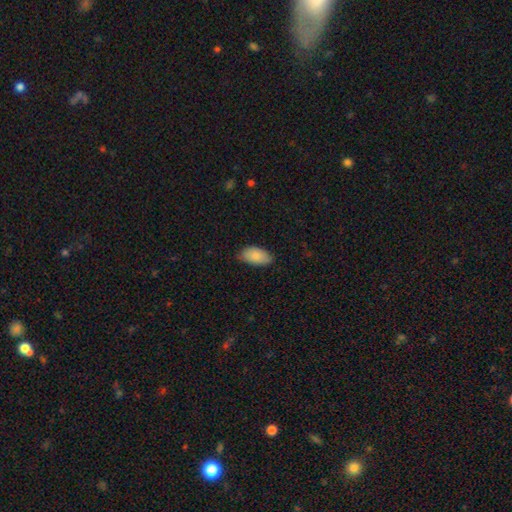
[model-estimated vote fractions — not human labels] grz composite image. It shows a smooth galaxy with no disk features (86%) that is in between round and cigar-shaped (95%). Merging: none (76%).